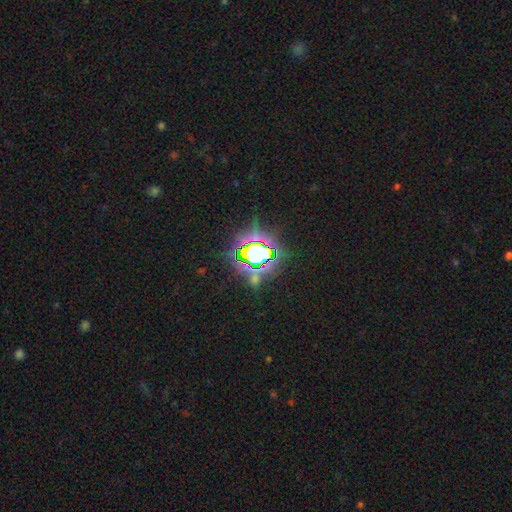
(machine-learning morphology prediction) Q: Smooth or featured?
A: star or artifact (73%); runner-up: smooth (16%)